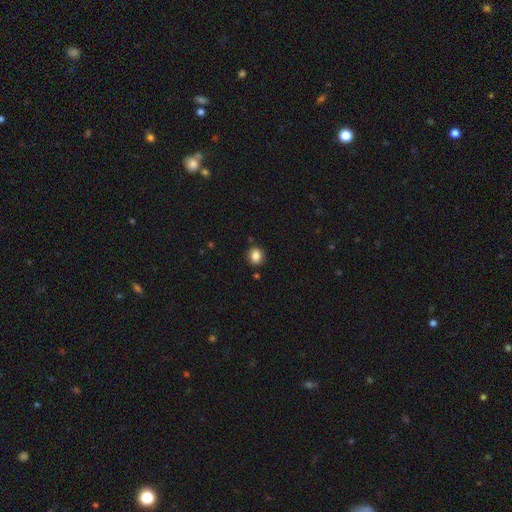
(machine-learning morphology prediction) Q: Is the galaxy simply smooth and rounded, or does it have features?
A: smooth — 85%.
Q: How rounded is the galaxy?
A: round — 67%.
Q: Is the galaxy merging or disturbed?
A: none — 87%.